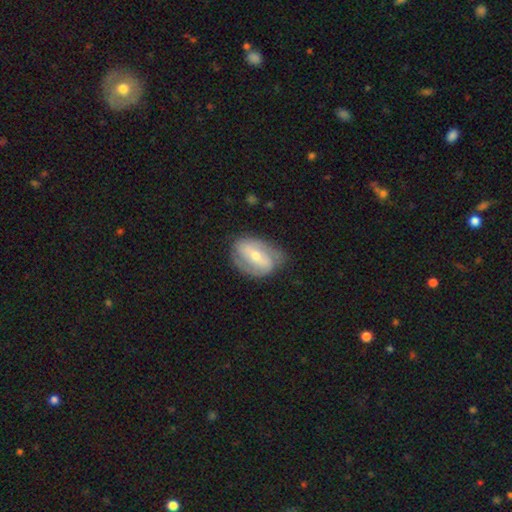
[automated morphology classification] smooth_or_featured: featured or disk (p=0.71) [alt: smooth p=0.23]
disk_edge_on: no (p=0.94) [alt: yes p=0.06]
bar: strong (p=0.51) [alt: weak p=0.31]
has_spiral_arms: yes (p=0.78) [alt: no p=0.22]
spiral_winding: medium (p=0.39) [alt: tight p=0.37]
spiral_arm_count: 2 (p=0.79) [alt: can't tell p=0.13]
bulge_size: moderate (p=0.49) [alt: small p=0.47]
merging: none (p=0.71) [alt: minor disturbance p=0.20]